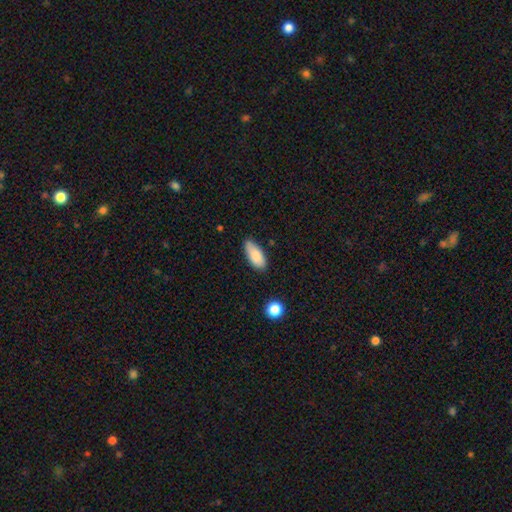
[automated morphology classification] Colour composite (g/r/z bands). It shows a smooth galaxy with no disk features (86%) that is in between round and cigar-shaped (82%). Merging: none (75%).